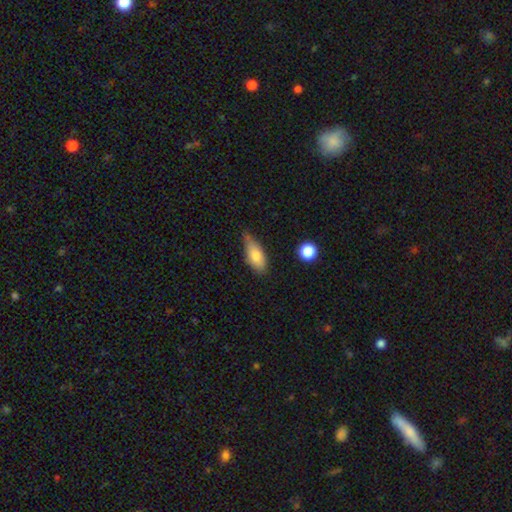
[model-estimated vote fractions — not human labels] A smooth galaxy with no disk features (77%) that is in between round and cigar-shaped (79%).

Vote fractions:
- Smooth or featured? smooth: 77% / featured or disk: 16% / star or artifact: 7%
- How rounded? in between: 79% / cigar-shaped: 17% / round: 4%
- Merging? none: 50% / minor disturbance: 39% / major disturbance: 8% / merger: 3%